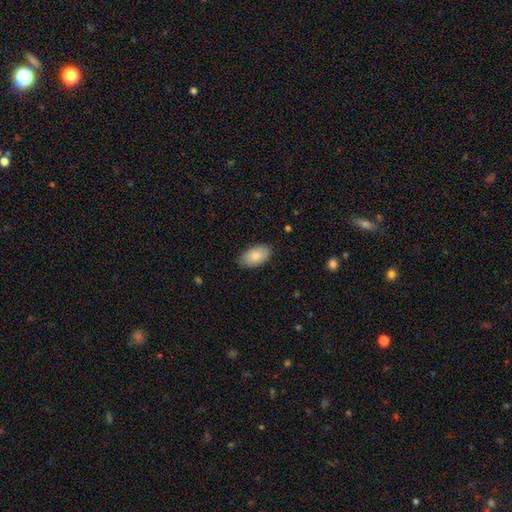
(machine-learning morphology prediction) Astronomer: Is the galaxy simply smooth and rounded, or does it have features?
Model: smooth — 81%.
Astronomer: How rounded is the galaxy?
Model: in between — 95%.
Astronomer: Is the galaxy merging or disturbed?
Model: none — 84%.